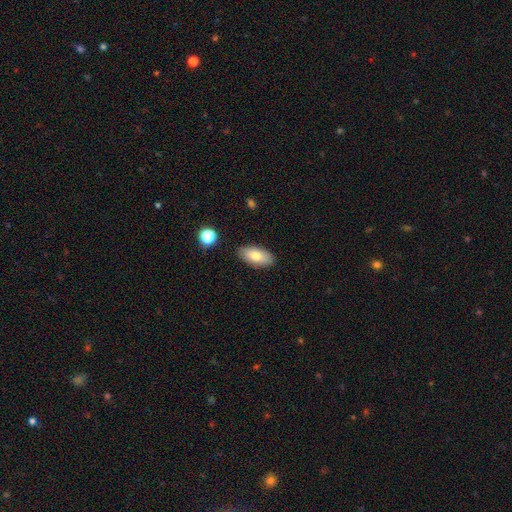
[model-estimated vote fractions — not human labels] A smooth galaxy with no disk features (79%) that is in between round and cigar-shaped (90%).

Vote fractions:
- Smooth or featured? smooth: 79% / featured or disk: 14% / star or artifact: 7%
- How rounded? in between: 90% / cigar-shaped: 7% / round: 3%
- Merging? none: 87% / minor disturbance: 10% / major disturbance: 2% / merger: 2%